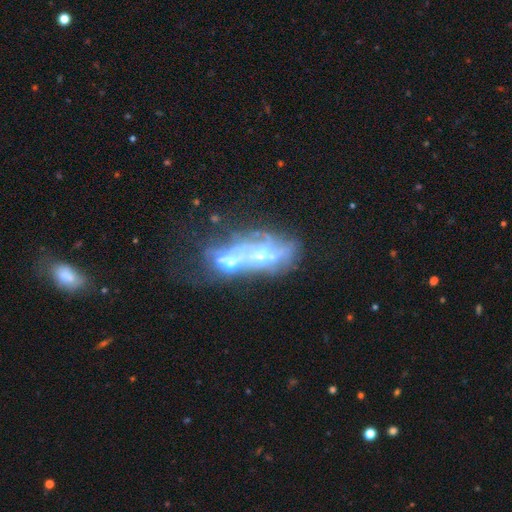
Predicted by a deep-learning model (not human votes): A featured or disk galaxy (68%) with no bar (79%), no spiral arms (73%) and a moderate central bulge (40%).

Vote fractions:
- Smooth or featured? featured or disk: 68% / smooth: 17% / star or artifact: 15%
- Edge-on disk? no: 86% / yes: 14%
- Bar? no: 79% / weak: 14% / strong: 7%
- Spiral arms? no: 73% / yes: 27%
- Bulge size? moderate: 40% / small: 38% / none: 14% / large: 5% / dominant: 2%
- Merging? merger: 50% / major disturbance: 21% / none: 20% / minor disturbance: 10%